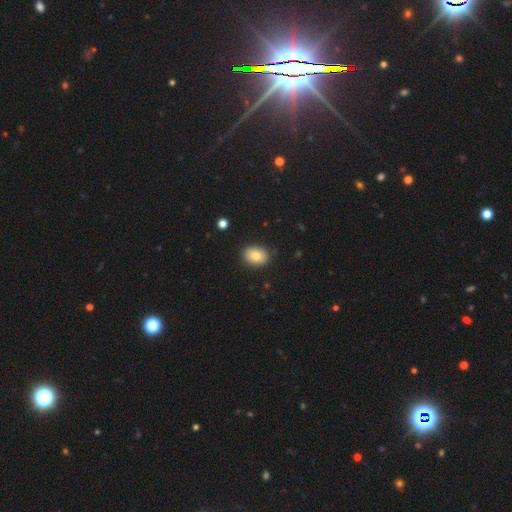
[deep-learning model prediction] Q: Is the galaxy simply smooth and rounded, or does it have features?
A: smooth — 82%.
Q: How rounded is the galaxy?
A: in between — 71%.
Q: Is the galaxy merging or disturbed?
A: none — 86%.